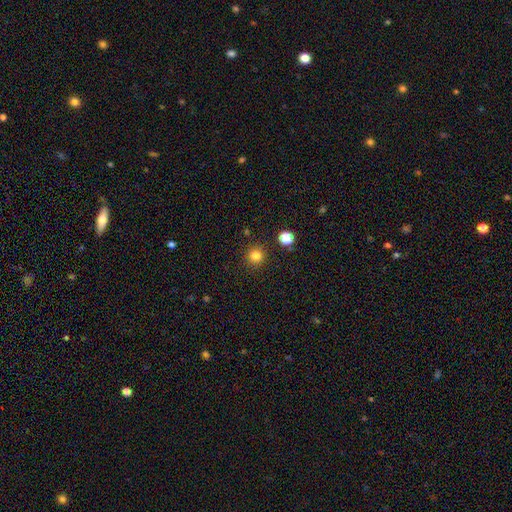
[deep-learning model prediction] smooth-or-featured: smooth: 82% | star or artifact: 13% | featured or disk: 4%
  how-rounded: round: 93% | in between: 6% | cigar-shaped: 1%
  merging: none: 90% | minor disturbance: 6% | merger: 2% | major disturbance: 2%